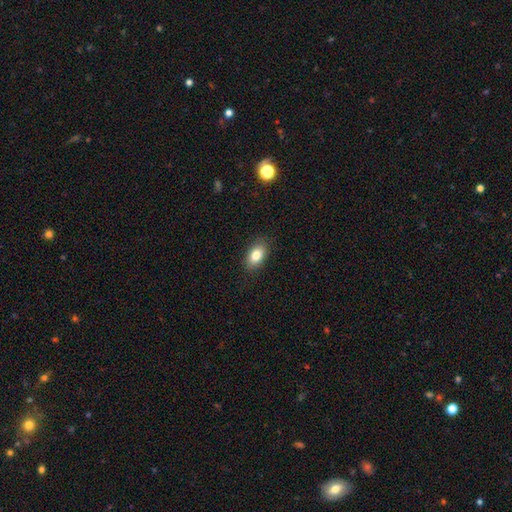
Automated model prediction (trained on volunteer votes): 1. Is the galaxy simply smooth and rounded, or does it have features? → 82% smooth, 9% featured or disk, 8% star or artifact.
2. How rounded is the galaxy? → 89% in between, 8% round, 2% cigar-shaped.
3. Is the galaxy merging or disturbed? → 87% none, 10% minor disturbance, 2% major disturbance, 1% merger.